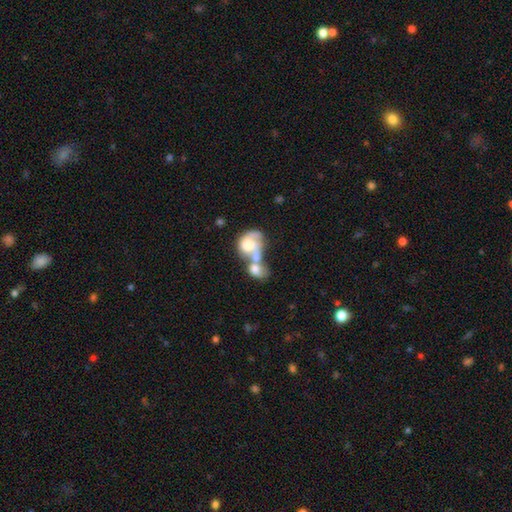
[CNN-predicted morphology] A featured or disk galaxy (50%).

Vote fractions:
- Smooth or featured? featured or disk: 50% / smooth: 42% / star or artifact: 7%
- Edge-on disk? no: 97% / yes: 3%
- Merging? merger: 79% / major disturbance: 9% / none: 8% / minor disturbance: 5%